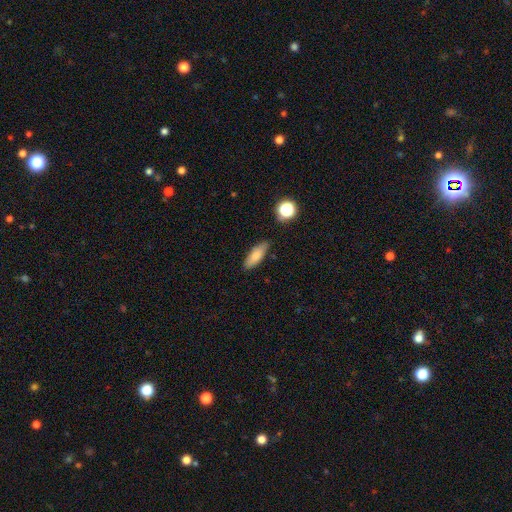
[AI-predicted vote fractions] smooth-or-featured: smooth: 77% | featured or disk: 14% | star or artifact: 8%
  how-rounded: in between: 70% | cigar-shaped: 26% | round: 3%
  merging: none: 82% | minor disturbance: 14% | major disturbance: 3% | merger: 2%